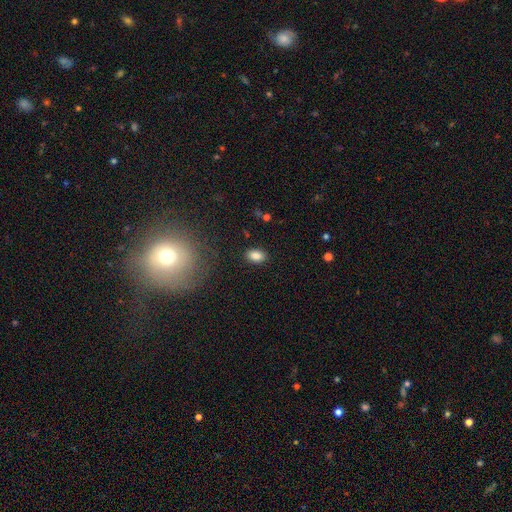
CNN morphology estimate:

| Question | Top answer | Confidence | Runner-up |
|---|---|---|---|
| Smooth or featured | smooth | 85% | star or artifact (9%) |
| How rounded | in between | 88% | round (10%) |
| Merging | none | 87% | minor disturbance (9%) |